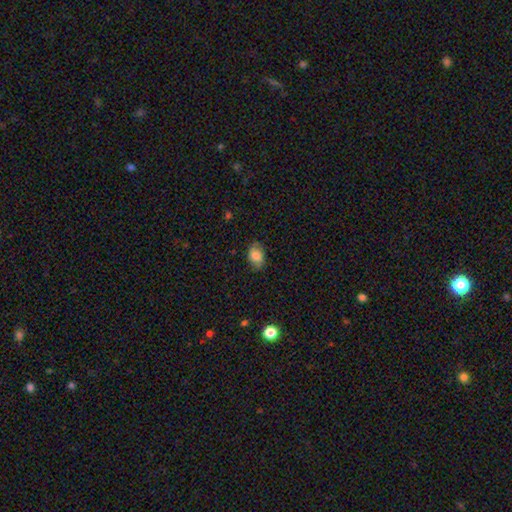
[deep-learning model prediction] A smooth galaxy with no disk features (80%) that is in between round and cigar-shaped (83%).

Vote fractions:
- Smooth or featured? smooth: 80% / featured or disk: 12% / star or artifact: 8%
- How rounded? in between: 83% / round: 16% / cigar-shaped: 1%
- Merging? none: 80% / minor disturbance: 16% / major disturbance: 3% / merger: 1%